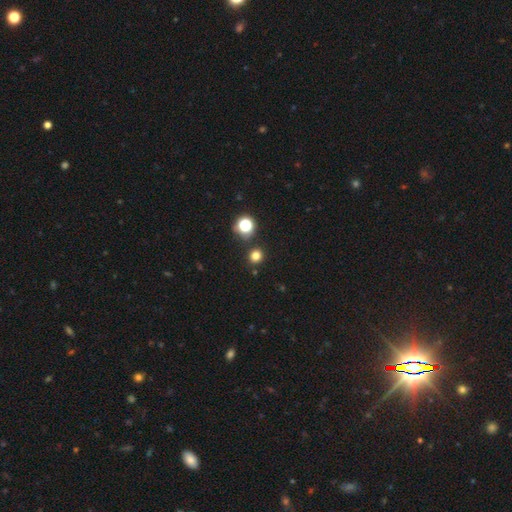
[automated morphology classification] Overall: smooth (76%). How rounded: round (89%). Merging: none (86%).